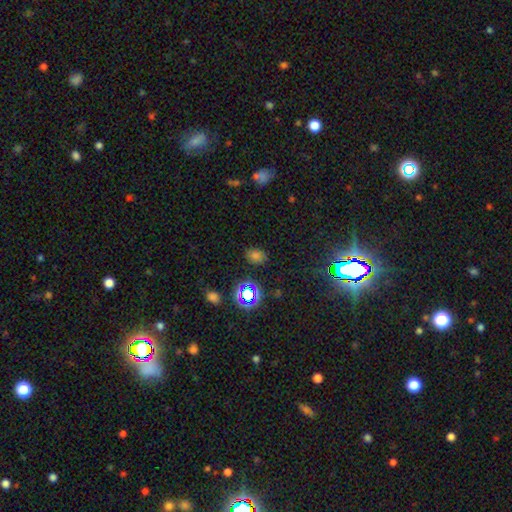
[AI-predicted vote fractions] A smooth galaxy with no disk features (54%) that is in between round and cigar-shaped (60%).

Vote fractions:
- Smooth or featured? smooth: 54% / star or artifact: 39% / featured or disk: 7%
- How rounded? in between: 60% / round: 38% / cigar-shaped: 2%
- Merging? none: 83% / minor disturbance: 11% / major disturbance: 3% / merger: 2%